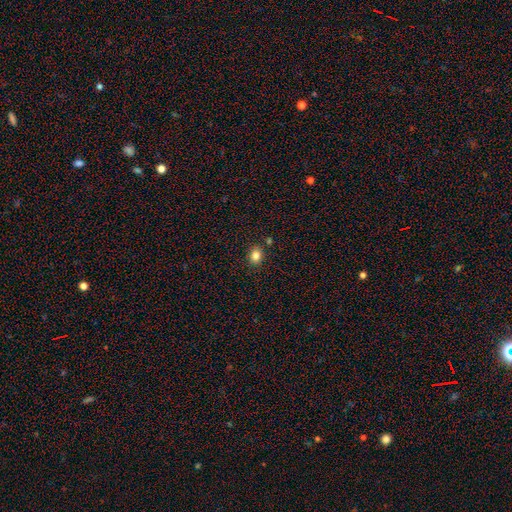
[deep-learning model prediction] smooth 83%, star or artifact 12%, featured or disk 5%. Down the decision tree: how rounded — round (52%); merging — none (85%).